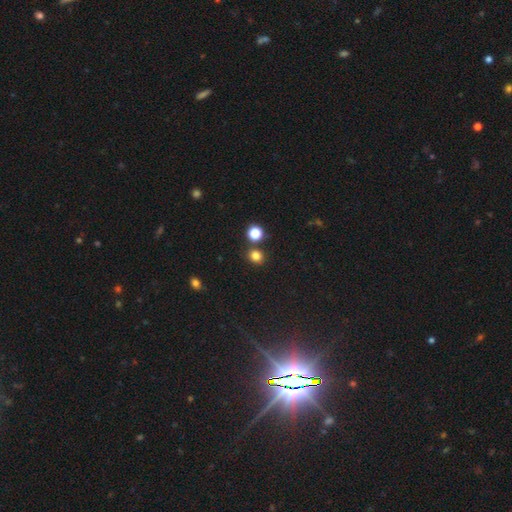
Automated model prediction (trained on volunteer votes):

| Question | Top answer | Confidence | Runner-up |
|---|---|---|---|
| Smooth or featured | smooth | 80% | star or artifact (16%) |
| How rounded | round | 80% | in between (19%) |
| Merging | none | 80% | merger (10%) |